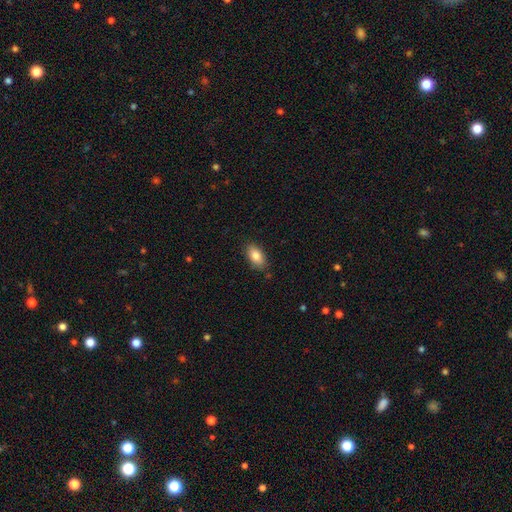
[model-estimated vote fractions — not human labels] Smooth or featured?
  - smooth: 84% *
  - featured or disk: 8%
  - star or artifact: 8%
How rounded?
  - in between: 91% *
  - round: 5%
  - cigar-shaped: 4%
Merging?
  - none: 83% *
  - minor disturbance: 13%
  - major disturbance: 3%
  - merger: 2%